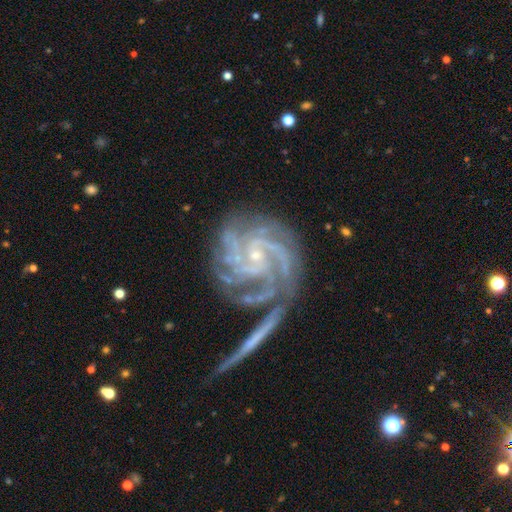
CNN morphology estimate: The model was most divided on "spiral arm count": 4: 33%, 3: 25%, can't tell: 12%, more than 4: 11%, 2: 11%, 1: 7%. More confident: spiral arms — yes (98%); edge-on disk — no (98%); smooth or featured — featured or disk (91%); bulge size — small (83%); bar — no (65%); spiral winding — tight (63%); merging — none (57%).